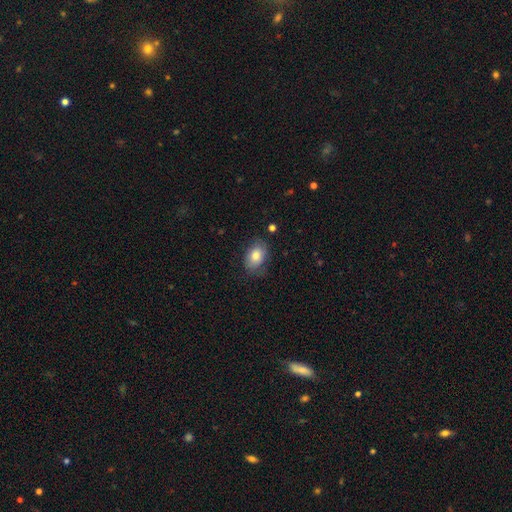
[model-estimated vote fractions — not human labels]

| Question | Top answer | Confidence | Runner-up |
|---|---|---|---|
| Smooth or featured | smooth | 78% | featured or disk (14%) |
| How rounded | in between | 82% | round (17%) |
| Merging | none | 71% | minor disturbance (21%) |